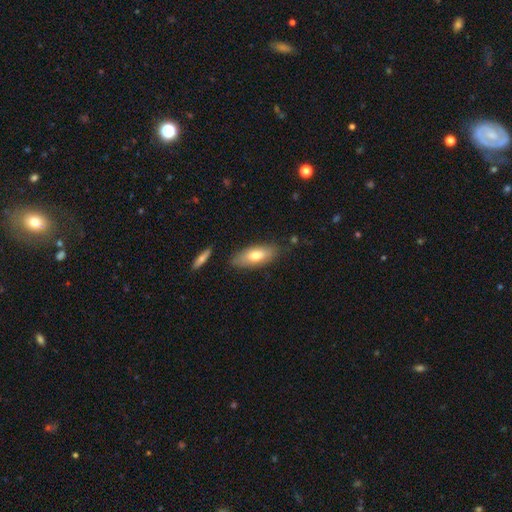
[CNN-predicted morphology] smooth-or-featured: smooth: 72% | featured or disk: 22% | star or artifact: 6%
  how-rounded: in between: 76% | cigar-shaped: 22% | round: 2%
  merging: none: 80% | minor disturbance: 14% | major disturbance: 3% | merger: 3%